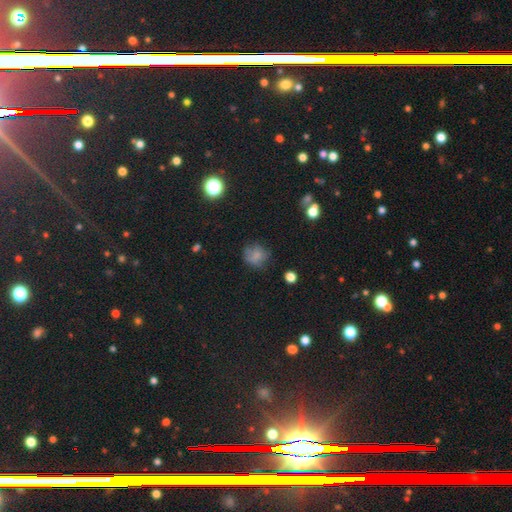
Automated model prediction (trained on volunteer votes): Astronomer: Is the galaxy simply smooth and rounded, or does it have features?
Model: smooth — 70%.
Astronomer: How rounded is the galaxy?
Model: round — 77%.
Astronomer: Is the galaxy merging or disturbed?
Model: none — 64%.